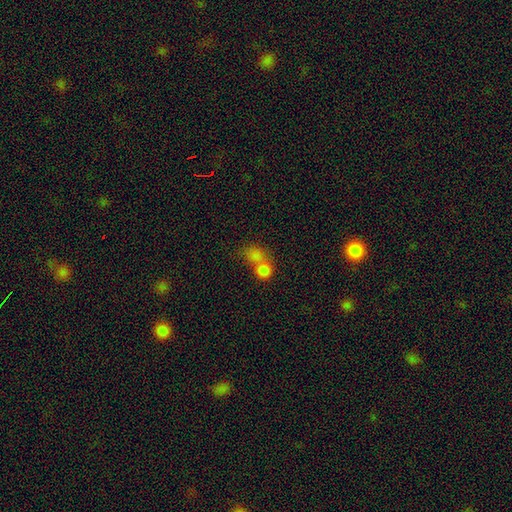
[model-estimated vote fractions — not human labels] Smooth or featured: smooth — 77% (star or artifact — 13%)
How rounded: round — 63% (in between — 35%)
Merging: merger — 62% (none — 26%)